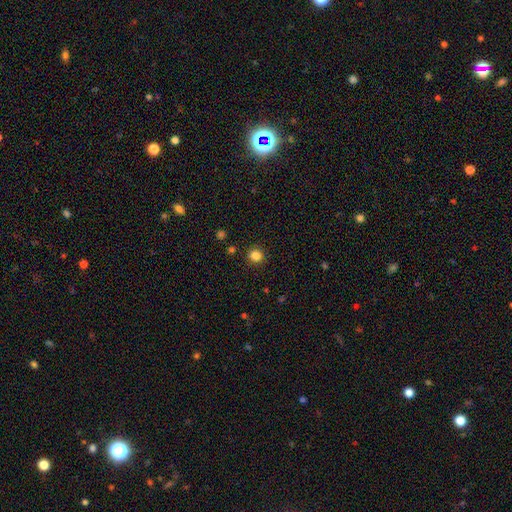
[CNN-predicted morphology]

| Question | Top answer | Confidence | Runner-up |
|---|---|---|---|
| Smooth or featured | smooth | 84% | star or artifact (13%) |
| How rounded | round | 89% | in between (10%) |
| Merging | none | 91% | minor disturbance (6%) |